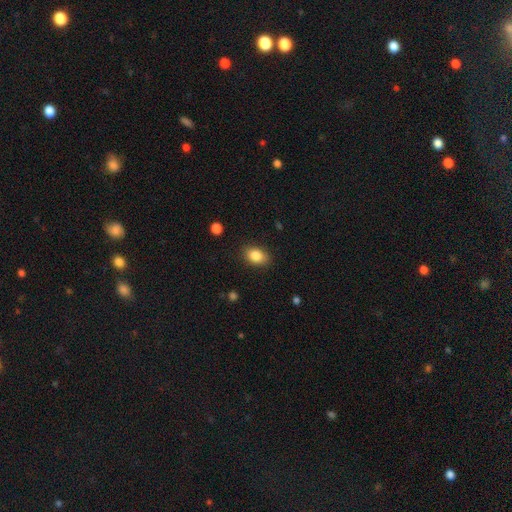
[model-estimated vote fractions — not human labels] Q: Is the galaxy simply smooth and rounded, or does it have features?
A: smooth — 86%.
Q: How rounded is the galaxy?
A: in between — 81%.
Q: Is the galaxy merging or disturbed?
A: none — 86%.